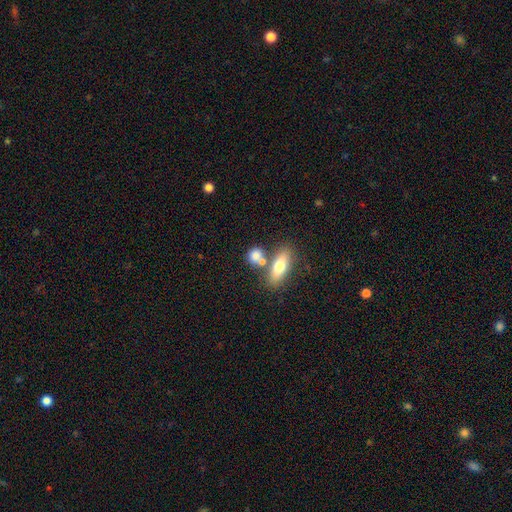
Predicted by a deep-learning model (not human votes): Smooth or featured: smooth — 78% (featured or disk — 14%)
How rounded: round — 47% (in between — 42%)
Merging: none — 53% (merger — 32%)